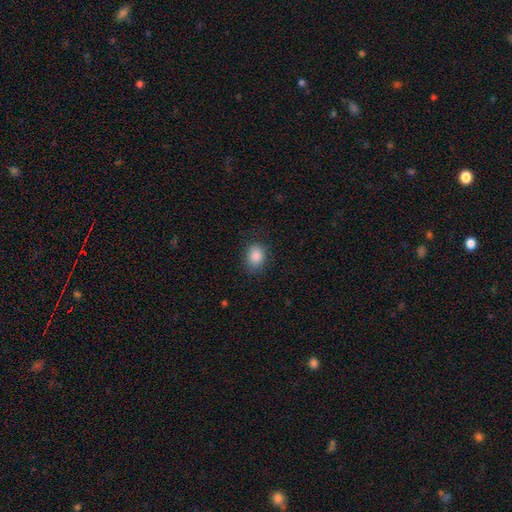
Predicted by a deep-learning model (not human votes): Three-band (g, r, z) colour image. It shows a smooth galaxy with no disk features (88%) that is in between round and cigar-shaped (57%). Merging: none (82%).